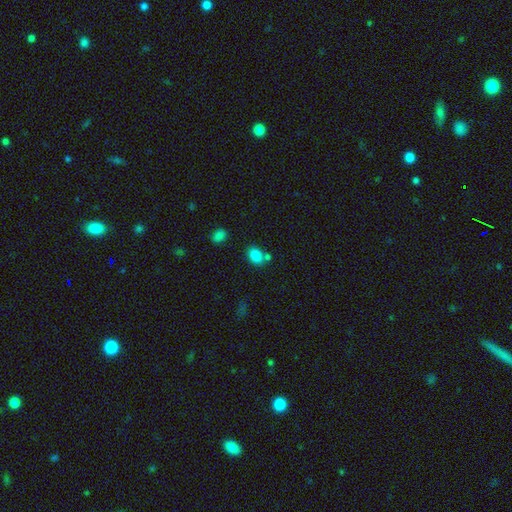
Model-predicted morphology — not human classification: Smooth or featured? Predicted: smooth (p=0.85). How rounded? Predicted: in between (p=0.71). Merging? Predicted: none (p=0.65).